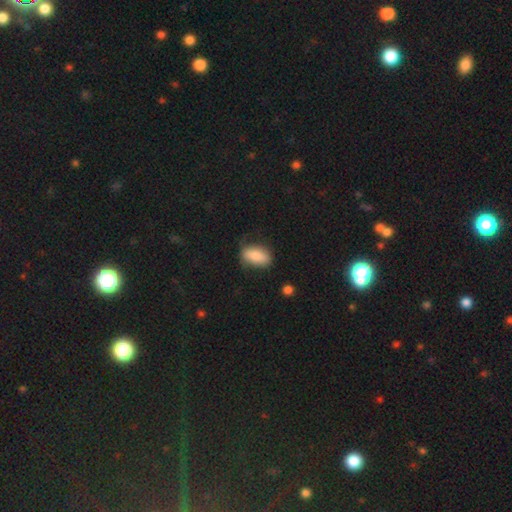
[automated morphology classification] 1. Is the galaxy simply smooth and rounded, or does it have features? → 83% smooth, 10% featured or disk, 7% star or artifact.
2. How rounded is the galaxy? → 88% in between, 6% cigar-shaped, 6% round.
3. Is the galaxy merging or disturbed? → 70% none, 22% minor disturbance, 6% major disturbance, 2% merger.